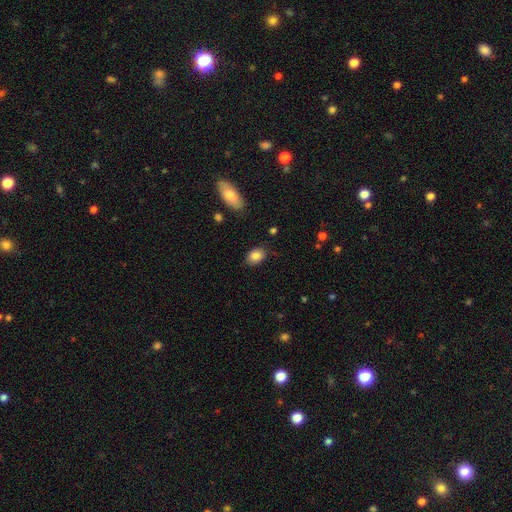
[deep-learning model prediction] Smooth or featured? Predicted: smooth (p=0.85). How rounded? Predicted: in between (p=0.79). Merging? Predicted: none (p=0.82).